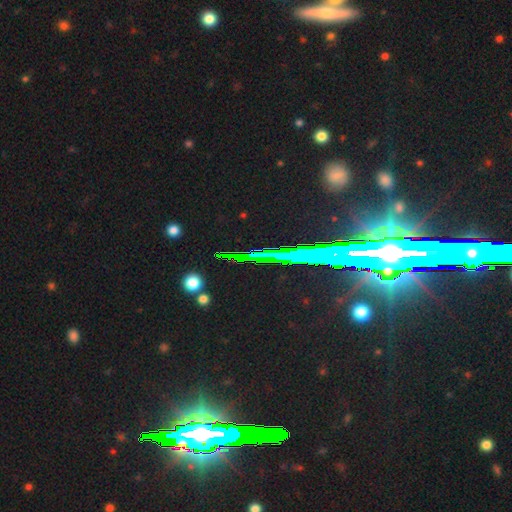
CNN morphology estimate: star or artifact 77%, smooth 13%, featured or disk 11%.